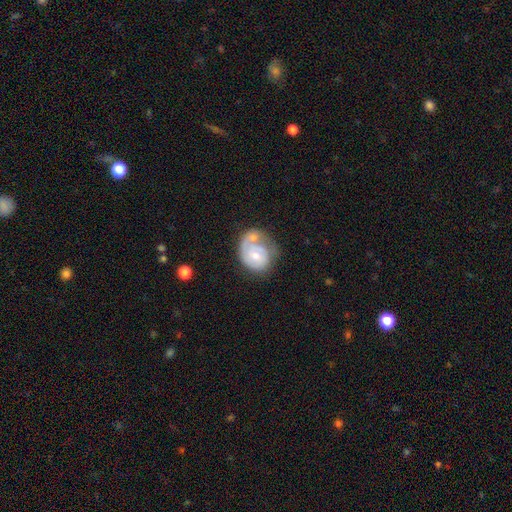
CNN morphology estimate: A featured or disk galaxy (59%) with no bar (76%), spiral arms (72%) and a small central bulge (49%).

Vote fractions:
- Smooth or featured? featured or disk: 59% / smooth: 35% / star or artifact: 6%
- Edge-on disk? no: 98% / yes: 2%
- Bar? no: 76% / weak: 21% / strong: 3%
- Spiral arms? yes: 72% / no: 28%
- Bulge size? small: 49% / moderate: 41% / none: 4% / large: 4% / dominant: 1%
- Merging? none: 34% / merger: 25% / major disturbance: 21% / minor disturbance: 20%